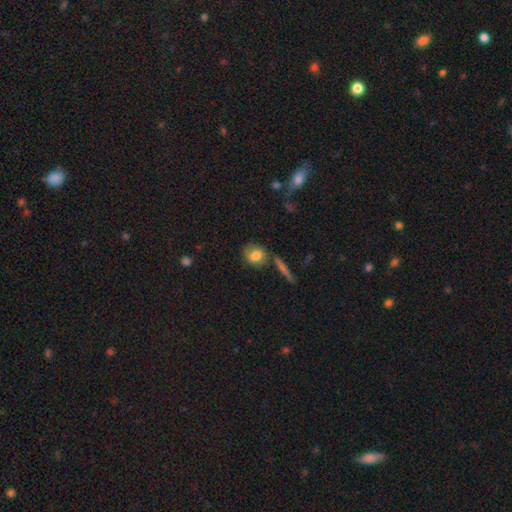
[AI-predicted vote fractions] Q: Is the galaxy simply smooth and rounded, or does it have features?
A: smooth — 77%.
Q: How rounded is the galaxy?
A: round — 56%.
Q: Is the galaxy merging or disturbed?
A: none — 67%.